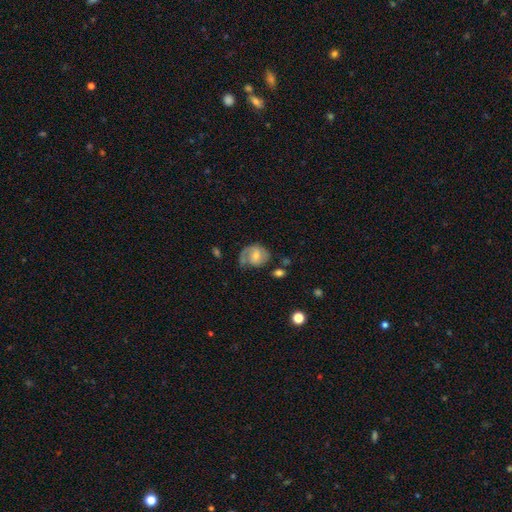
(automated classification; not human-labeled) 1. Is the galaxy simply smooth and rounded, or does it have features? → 65% featured or disk, 28% smooth, 7% star or artifact.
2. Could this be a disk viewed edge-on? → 97% no, 3% yes.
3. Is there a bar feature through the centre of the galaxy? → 49% no, 42% weak, 9% strong.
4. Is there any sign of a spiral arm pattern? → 86% yes, 14% no.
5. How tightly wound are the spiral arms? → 42% medium, 34% tight, 24% loose.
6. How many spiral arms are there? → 47% 2, 38% 1, 12% can't tell, 2% 3, 1% 4, 1% more than 4.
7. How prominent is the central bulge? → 48% moderate, 45% small, 4% none, 3% large, 1% dominant.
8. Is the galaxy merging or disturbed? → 50% none, 26% minor disturbance, 20% major disturbance, 5% merger.